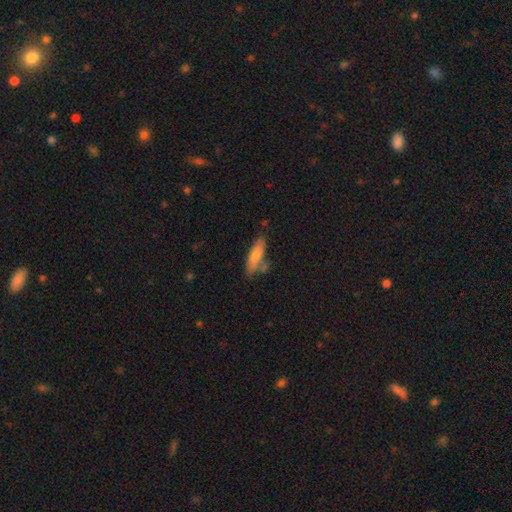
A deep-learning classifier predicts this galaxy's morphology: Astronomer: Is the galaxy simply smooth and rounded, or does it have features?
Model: smooth — 80%.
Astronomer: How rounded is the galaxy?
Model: cigar-shaped — 57% (runner-up: in between, 41%).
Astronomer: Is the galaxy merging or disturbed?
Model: none — 64%.